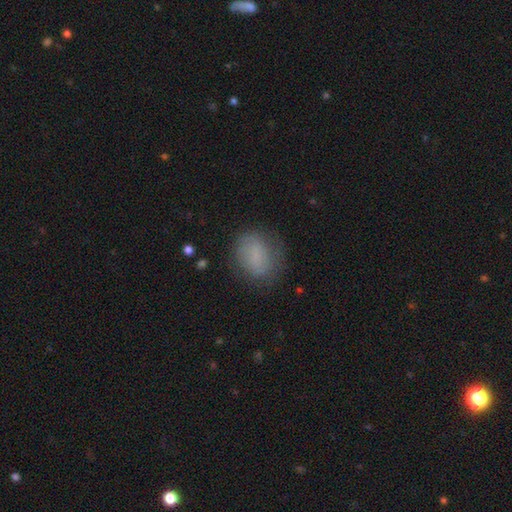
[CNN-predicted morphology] smooth_or_featured: smooth (p=0.73) [alt: featured or disk p=0.18]
how_rounded: in between (p=0.60) [alt: round p=0.39]
merging: none (p=0.72) [alt: minor disturbance p=0.19]